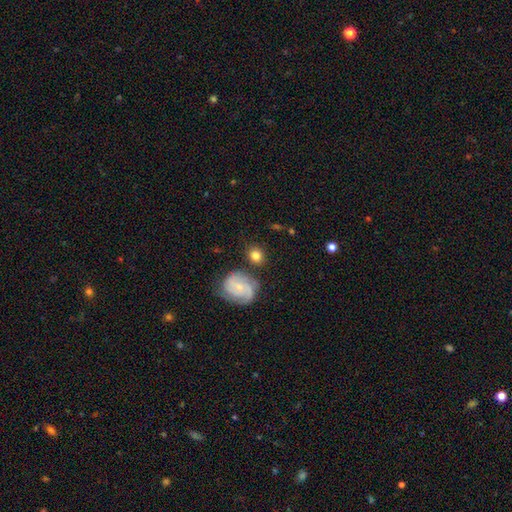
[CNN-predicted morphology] Smooth or featured? smooth (70%)
How rounded? round (76%)
Merging? none (79%)